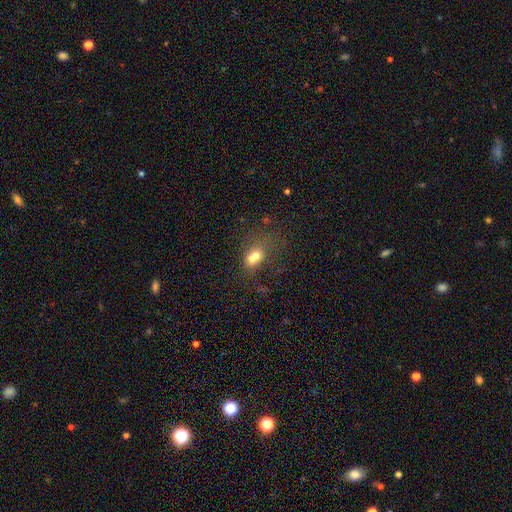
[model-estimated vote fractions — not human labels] Overall: smooth (62%; featured or disk 24%). How rounded: round (49%, tied with in between). Merging: merger (63%; none 23%).